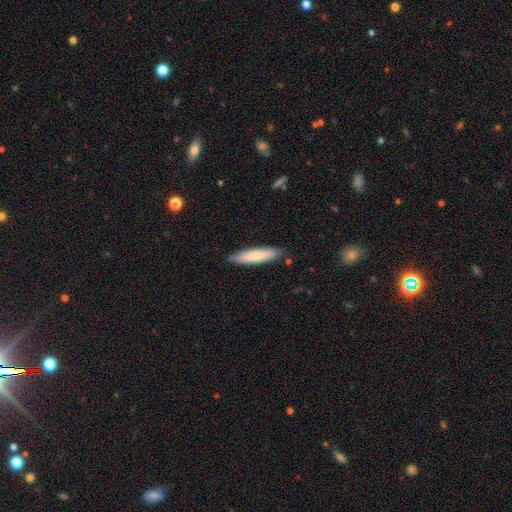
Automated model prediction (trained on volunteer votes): Smooth or featured? smooth (76%)
How rounded? cigar-shaped (80%)
Merging? none (87%)